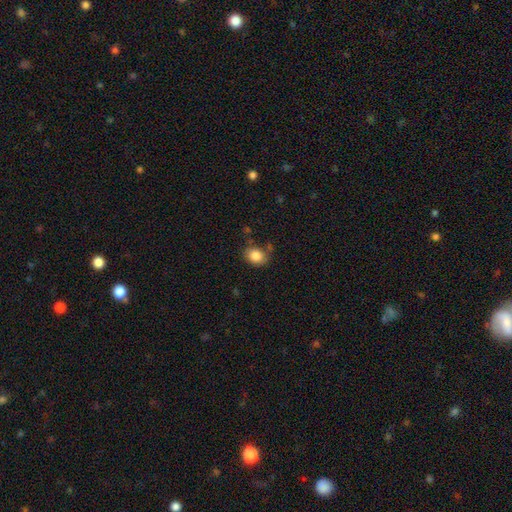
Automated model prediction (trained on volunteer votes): smooth-or-featured: smooth: 85% | star or artifact: 9% | featured or disk: 6%
  how-rounded: round: 52% | in between: 48% | cigar-shaped: 1%
  merging: none: 73% | minor disturbance: 18% | major disturbance: 5% | merger: 4%